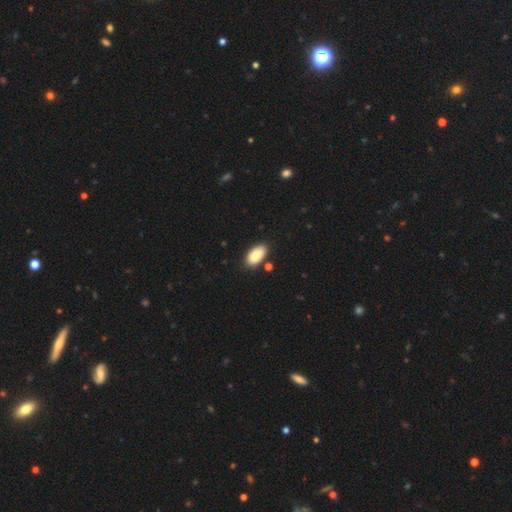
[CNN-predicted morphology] smooth-or-featured: smooth: 83% | featured or disk: 10% | star or artifact: 7%
  how-rounded: in between: 94% | round: 3% | cigar-shaped: 3%
  merging: none: 83% | minor disturbance: 10% | merger: 4% | major disturbance: 2%